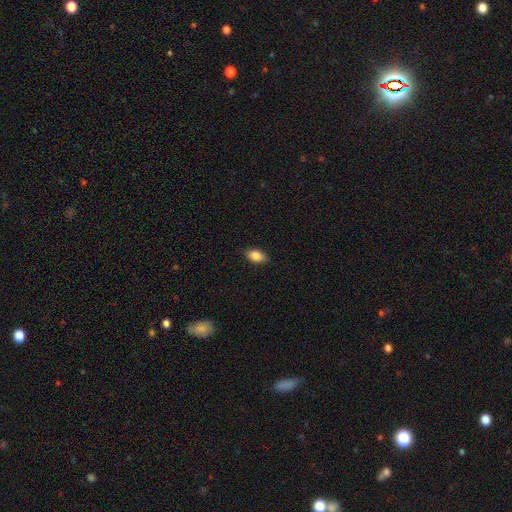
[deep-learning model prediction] The model was most divided on "merging": none: 84%, minor disturbance: 13%, major disturbance: 2%, merger: 1%. More confident: how rounded — in between (88%); smooth or featured — smooth (84%).